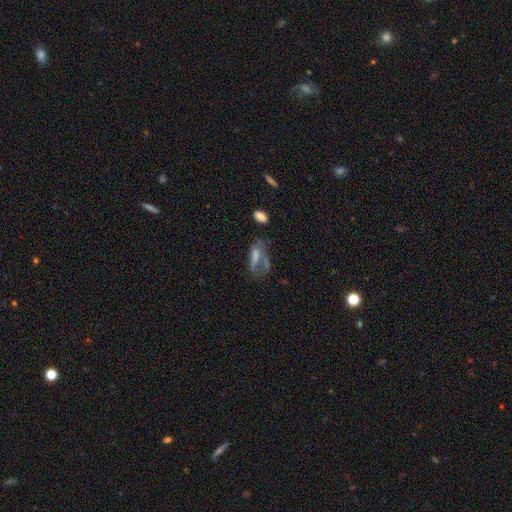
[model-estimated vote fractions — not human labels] Smooth or featured? featured or disk (45%)
Merging? none (36%)